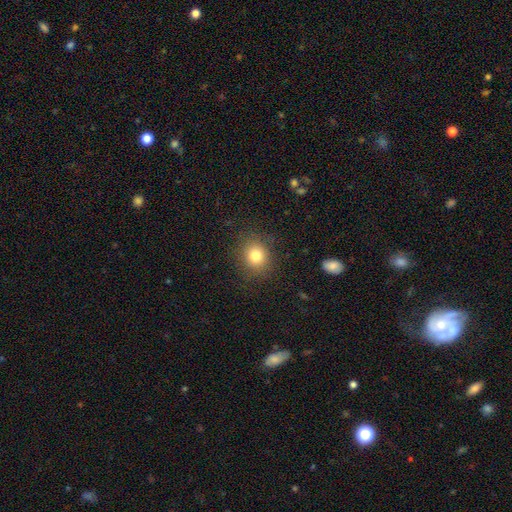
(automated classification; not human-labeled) Overall: smooth (80%). How rounded: round (79%). Merging: none (87%).